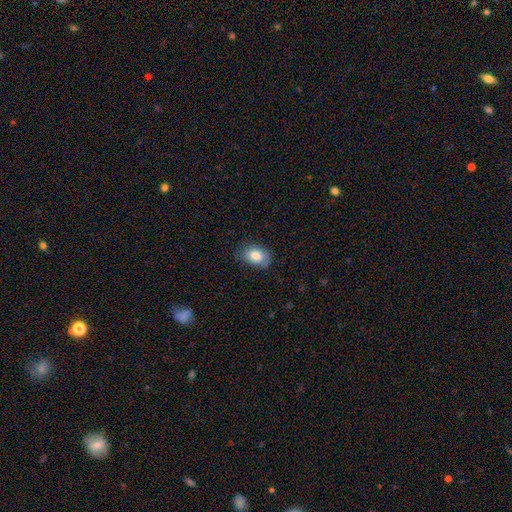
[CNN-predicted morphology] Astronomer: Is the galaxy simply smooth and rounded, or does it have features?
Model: smooth — 81%.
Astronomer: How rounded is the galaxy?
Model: in between — 82%.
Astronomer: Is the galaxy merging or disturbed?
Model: none — 69%.